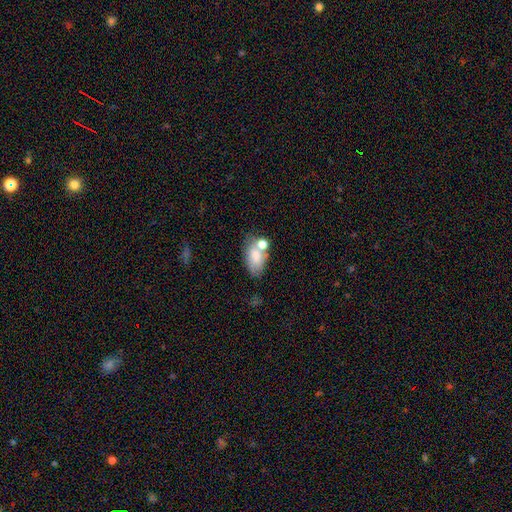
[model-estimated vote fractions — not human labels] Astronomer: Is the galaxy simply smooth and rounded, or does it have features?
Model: smooth — 73%.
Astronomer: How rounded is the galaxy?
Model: in between — 89%.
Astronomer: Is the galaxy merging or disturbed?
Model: none — 42% (runner-up: merger, 29%).